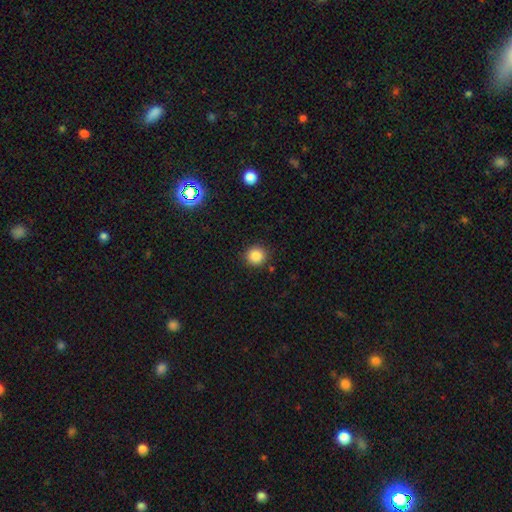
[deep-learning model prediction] smooth_or_featured: smooth (p=0.86) [alt: star or artifact p=0.11]
how_rounded: round (p=0.93) [alt: in between p=0.06]
merging: none (p=0.89) [alt: minor disturbance p=0.07]